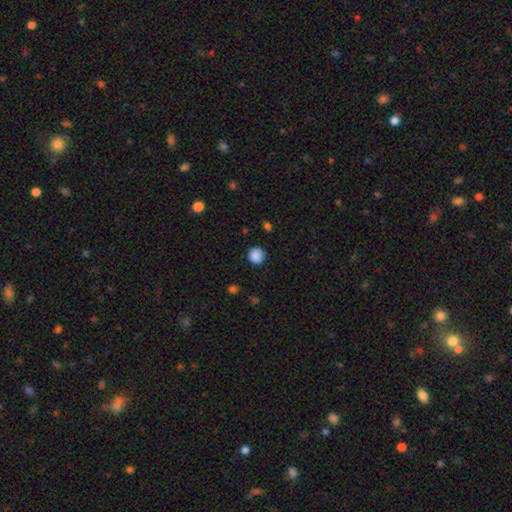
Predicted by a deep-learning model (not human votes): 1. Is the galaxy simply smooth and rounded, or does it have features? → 88% smooth, 10% star or artifact, 3% featured or disk.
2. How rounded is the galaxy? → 93% round, 6% in between, 1% cigar-shaped.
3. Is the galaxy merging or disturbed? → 88% none, 8% minor disturbance, 2% major disturbance, 1% merger.